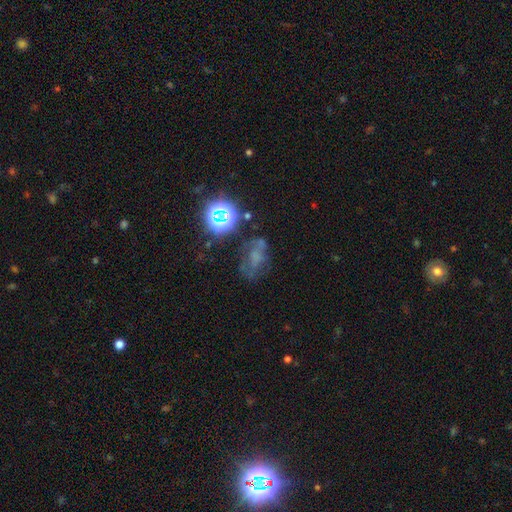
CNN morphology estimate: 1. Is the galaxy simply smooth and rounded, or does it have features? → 35% star or artifact, 34% featured or disk, 31% smooth.